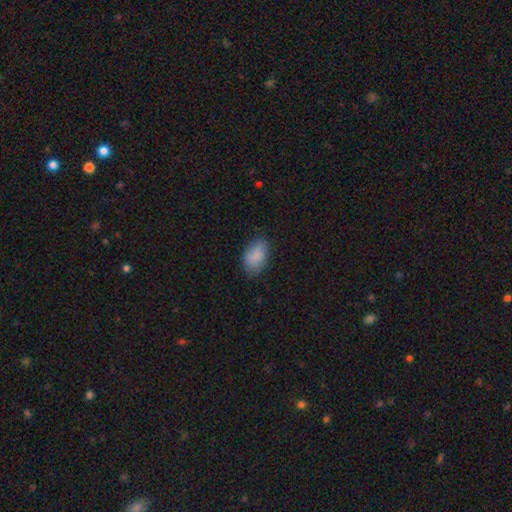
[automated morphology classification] smooth-or-featured: smooth: 85% | featured or disk: 8% | star or artifact: 7%
  how-rounded: in between: 91% | round: 8% | cigar-shaped: 2%
  merging: none: 76% | minor disturbance: 19% | major disturbance: 4% | merger: 1%